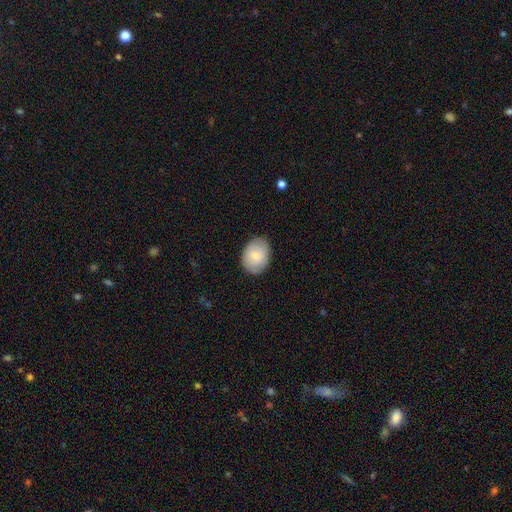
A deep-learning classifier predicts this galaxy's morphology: A smooth galaxy with no disk features (75%) that is in between round and cigar-shaped (65%).

Vote fractions:
- Smooth or featured? smooth: 75% / featured or disk: 19% / star or artifact: 6%
- How rounded? in between: 65% / round: 34% / cigar-shaped: 1%
- Merging? none: 84% / minor disturbance: 12% / major disturbance: 3% / merger: 1%